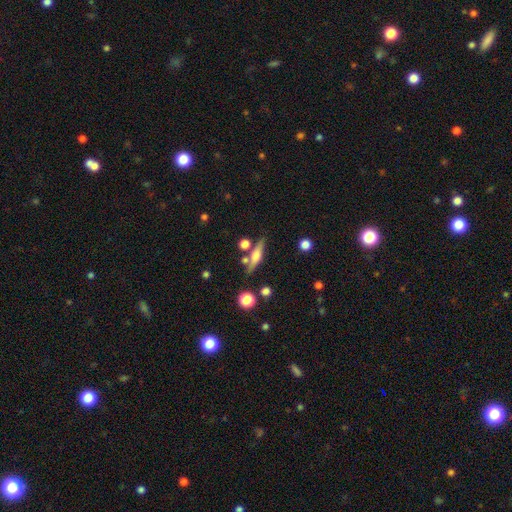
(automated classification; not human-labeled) A featured or disk galaxy (46%). Merging: none (73%).